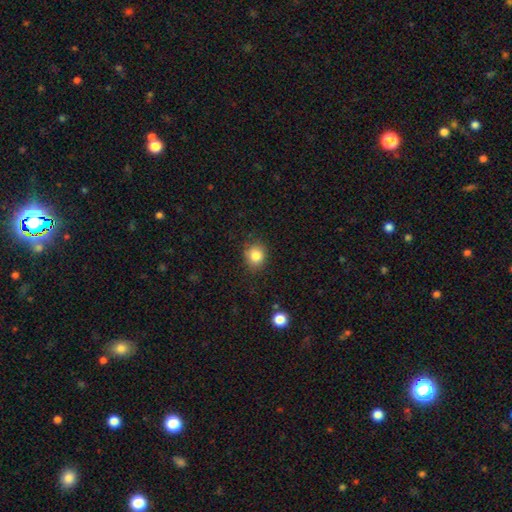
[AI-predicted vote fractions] Smooth or featured? smooth (83%)
How rounded? round (72%)
Merging? none (81%)